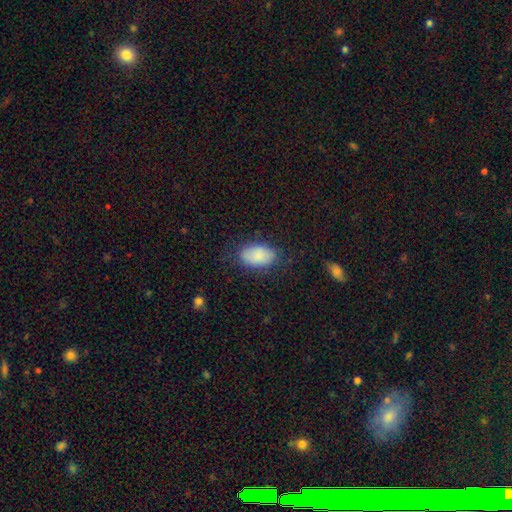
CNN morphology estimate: smooth_or_featured: smooth (p=0.85) [alt: featured or disk p=0.08]
how_rounded: in between (p=0.92) [alt: round p=0.06]
merging: none (p=0.77) [alt: minor disturbance p=0.16]